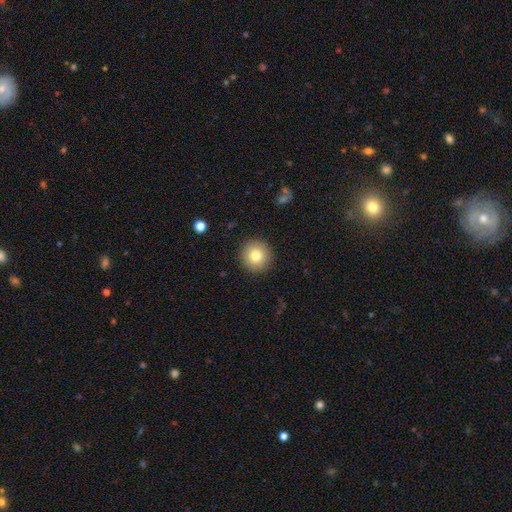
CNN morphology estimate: Smooth or featured? smooth (80%)
How rounded? round (94%)
Merging? none (91%)